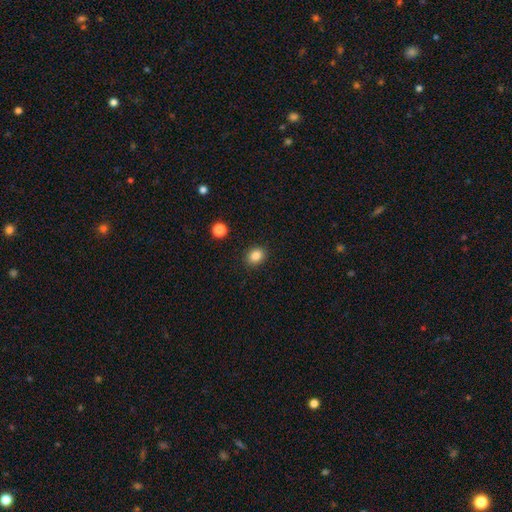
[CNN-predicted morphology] smooth_or_featured: smooth (p=0.85) [alt: star or artifact p=0.10]
how_rounded: round (p=0.58) [alt: in between p=0.41]
merging: none (p=0.90) [alt: minor disturbance p=0.07]